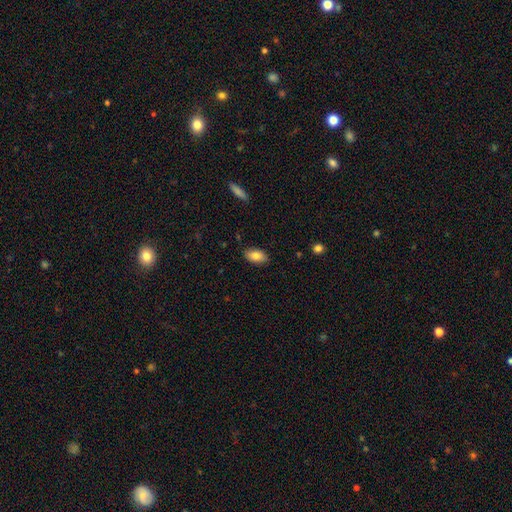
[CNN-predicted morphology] This appears to be a smooth galaxy with no disk features (83%) that is in between round and cigar-shaped (93%). Merging: none (86%).